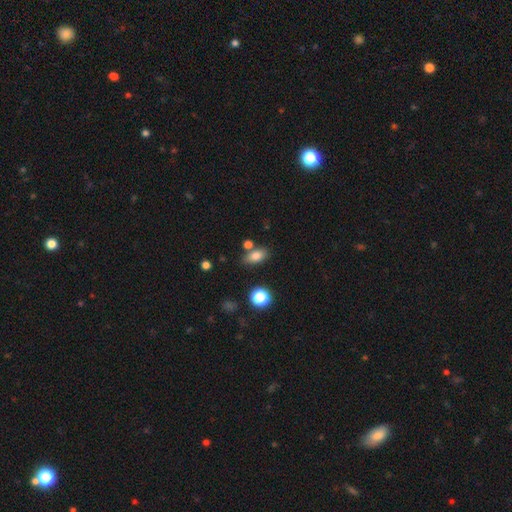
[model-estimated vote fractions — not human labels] Smooth or featured? Predicted: smooth (p=0.80). How rounded? Predicted: in between (p=0.83). Merging? Predicted: none (p=0.70).